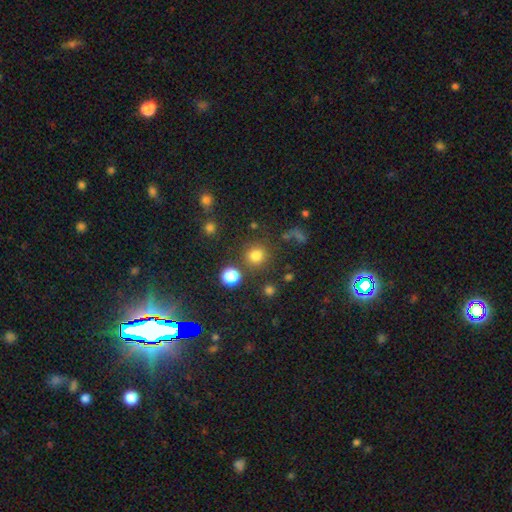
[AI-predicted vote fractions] Smooth or featured? smooth (78%)
How rounded? round (93%)
Merging? none (82%)